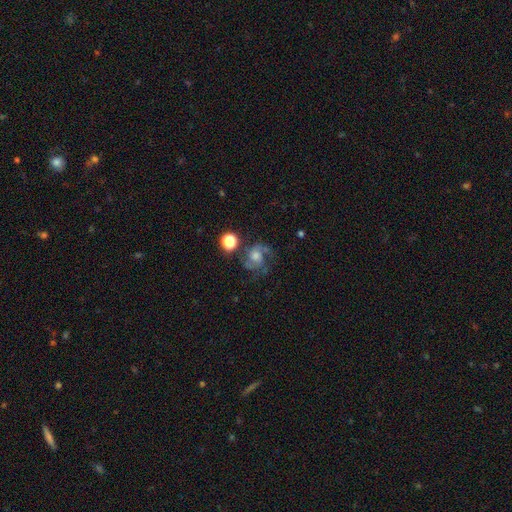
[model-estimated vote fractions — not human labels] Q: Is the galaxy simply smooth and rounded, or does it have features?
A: featured or disk — 74%.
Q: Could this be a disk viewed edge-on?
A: no — 98%.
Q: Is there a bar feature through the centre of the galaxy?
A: no — 69%.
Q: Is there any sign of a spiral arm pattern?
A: yes — 94%.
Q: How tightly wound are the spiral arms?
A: medium — 53%.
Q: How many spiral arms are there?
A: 2 — 45%.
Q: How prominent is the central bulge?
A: moderate — 51%.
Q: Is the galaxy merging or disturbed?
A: none — 63%.